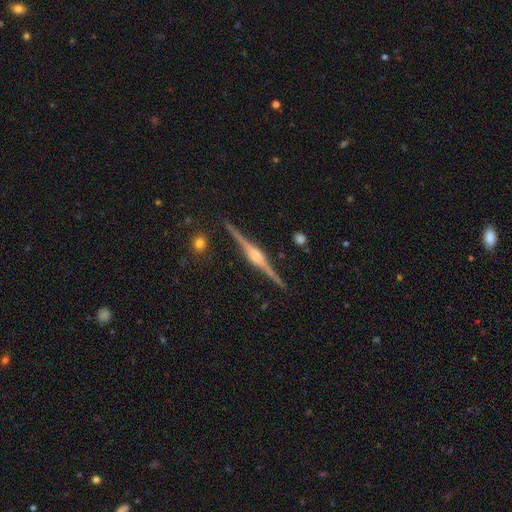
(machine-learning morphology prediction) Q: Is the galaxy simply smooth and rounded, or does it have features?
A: featured or disk — 89%.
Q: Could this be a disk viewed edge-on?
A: yes — 98%.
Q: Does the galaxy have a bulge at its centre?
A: rounded — 77%.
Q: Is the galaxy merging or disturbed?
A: none — 90%.